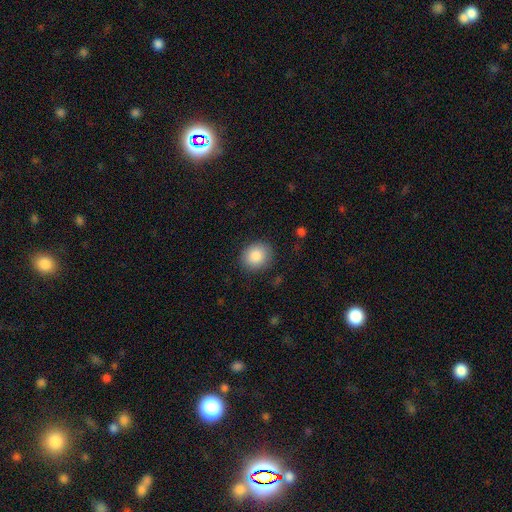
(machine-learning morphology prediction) Smooth or featured: smooth — 87% (star or artifact — 8%)
How rounded: round — 76% (in between — 24%)
Merging: none — 87% (minor disturbance — 9%)